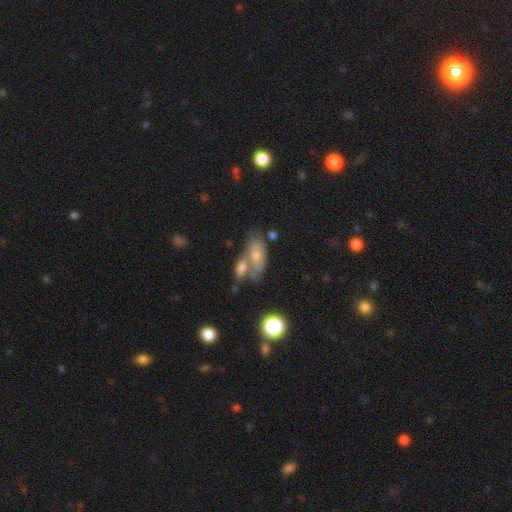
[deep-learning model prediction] This is likely a smooth galaxy (66%). How rounded: clearly in between (89%). Merging: marginally merger (44%).